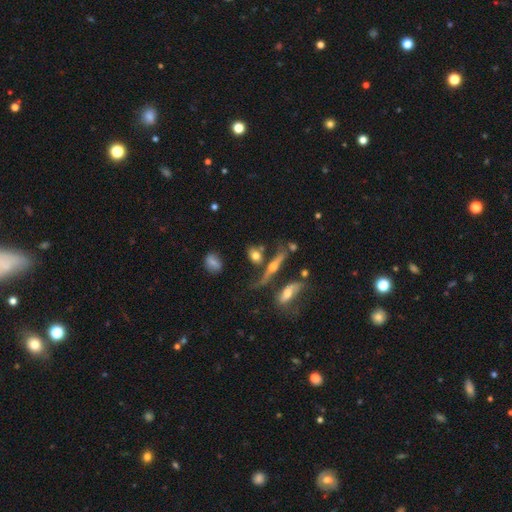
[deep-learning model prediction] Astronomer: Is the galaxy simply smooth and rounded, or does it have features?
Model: smooth — 54% (runner-up: featured or disk, 34%).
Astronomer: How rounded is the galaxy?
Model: in between — 54%.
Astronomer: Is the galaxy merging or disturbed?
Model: none — 53%.